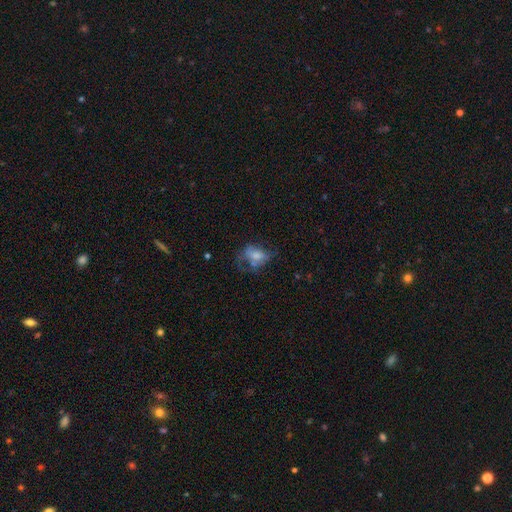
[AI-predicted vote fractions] A smooth galaxy with no disk features (53%) that is in between round and cigar-shaped (79%). Merging: major disturbance (44%).